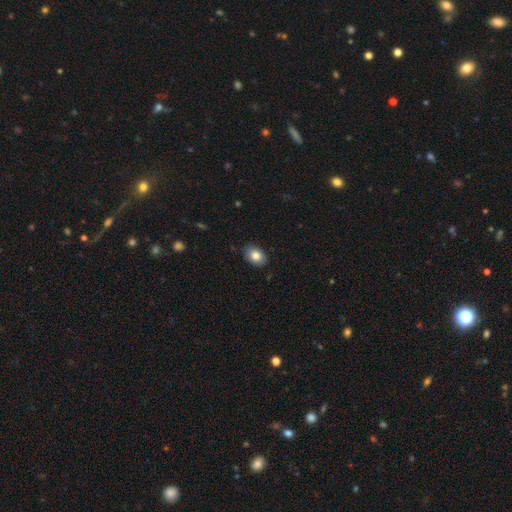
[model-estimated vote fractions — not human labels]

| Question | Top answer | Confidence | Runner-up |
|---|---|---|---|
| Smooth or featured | smooth | 83% | featured or disk (9%) |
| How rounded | in between | 78% | round (21%) |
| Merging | none | 87% | minor disturbance (10%) |